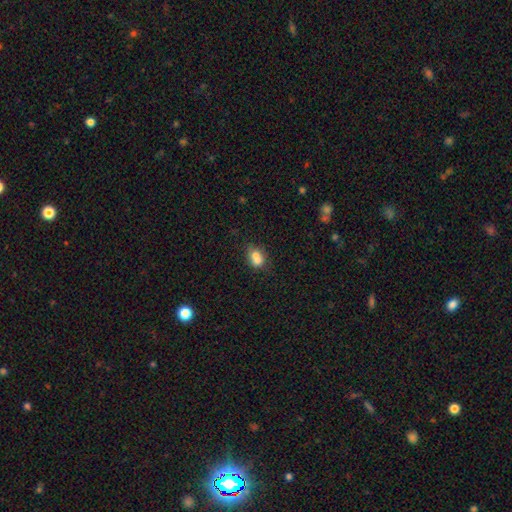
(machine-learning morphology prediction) Overall: smooth (72%). How rounded: in between (57%; round 42%). Merging: merger (50%; none 34%).